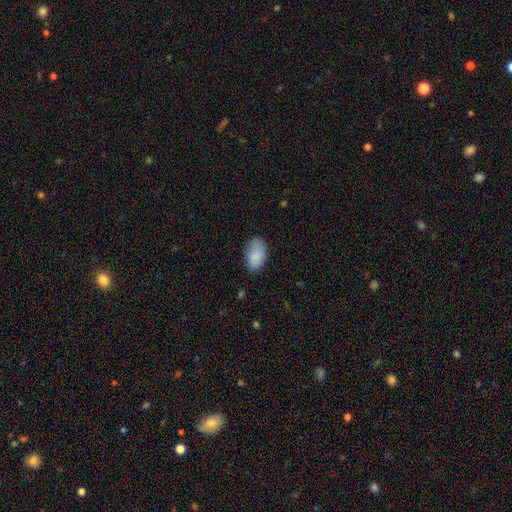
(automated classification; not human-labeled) A smooth galaxy with no disk features (86%) that is in between round and cigar-shaped (93%). Merging: none (70%).